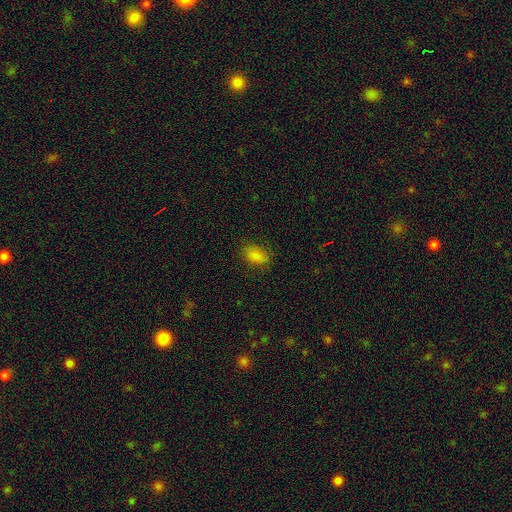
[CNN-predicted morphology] type=smooth (82%); roundness=in between (88%); merging=none (82%).